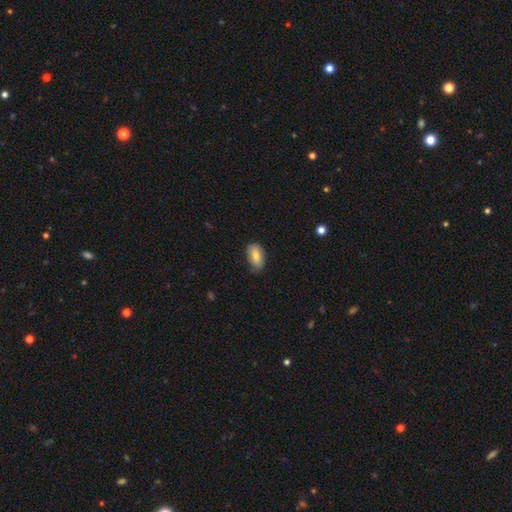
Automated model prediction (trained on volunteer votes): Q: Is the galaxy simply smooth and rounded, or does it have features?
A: smooth — 82%.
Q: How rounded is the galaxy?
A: in between — 92%.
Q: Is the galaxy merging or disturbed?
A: none — 70%.